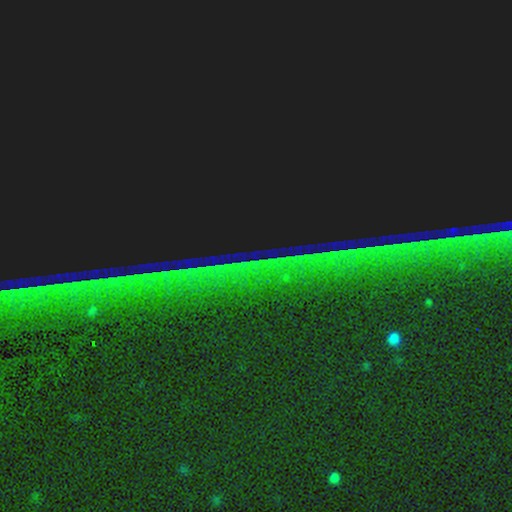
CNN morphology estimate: This is clearly a star or artifact rather than a galaxy (88%).